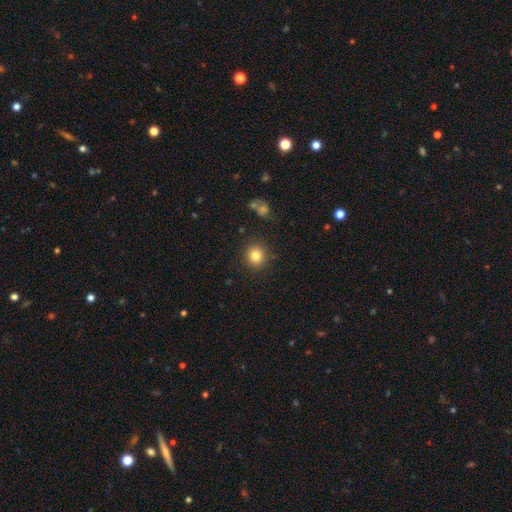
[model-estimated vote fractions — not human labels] A smooth galaxy with no disk features (82%) that is round (87%). Merging: none (88%).